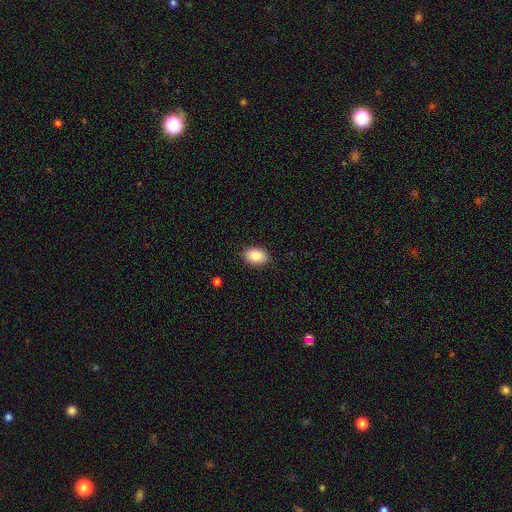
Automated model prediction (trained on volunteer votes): Q: Smooth or featured?
A: smooth (86%); runner-up: star or artifact (7%)
Q: How rounded?
A: in between (86%); runner-up: round (13%)
Q: Merging?
A: none (88%); runner-up: minor disturbance (9%)